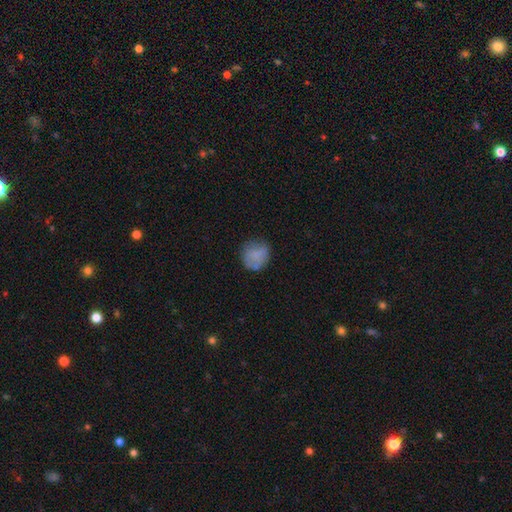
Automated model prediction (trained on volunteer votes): Smooth or featured? smooth (75%)
How rounded? round (82%)
Merging? none (64%)